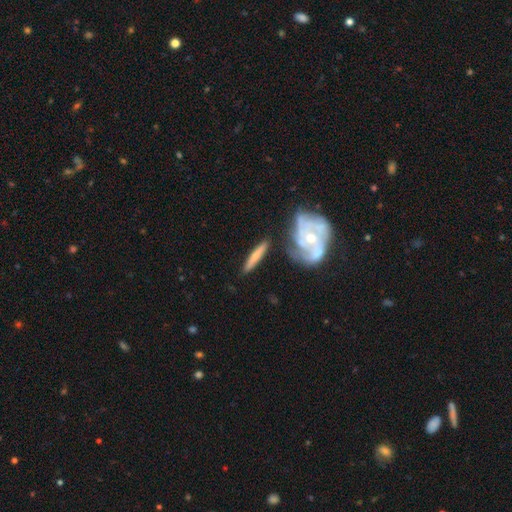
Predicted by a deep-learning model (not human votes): smooth 49%, featured or disk 46%, star or artifact 5%. Down the decision tree: merging — none (79%).